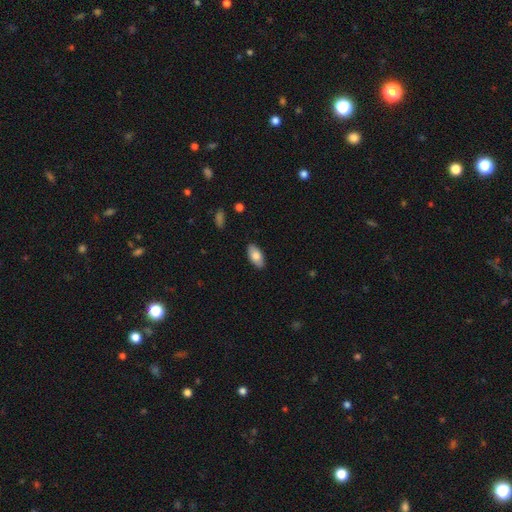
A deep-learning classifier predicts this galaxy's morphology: Smooth or featured?
  - smooth: 79% *
  - featured or disk: 15%
  - star or artifact: 6%
How rounded?
  - in between: 93% *
  - cigar-shaped: 5%
  - round: 2%
Merging?
  - none: 88% *
  - minor disturbance: 10%
  - major disturbance: 2%
  - merger: 1%